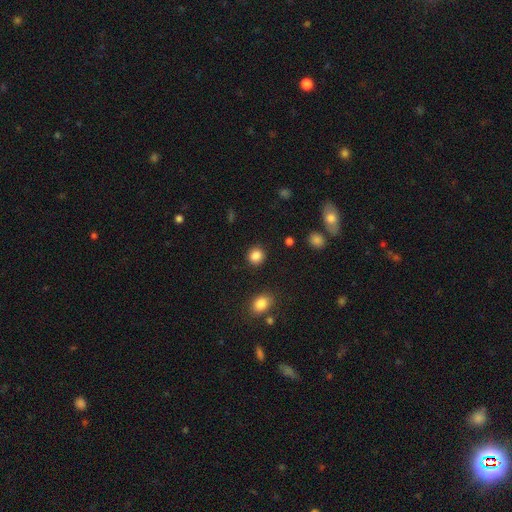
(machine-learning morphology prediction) smooth 86%, star or artifact 10%, featured or disk 4%. Down the decision tree: how rounded — round (86%); merging — none (89%).